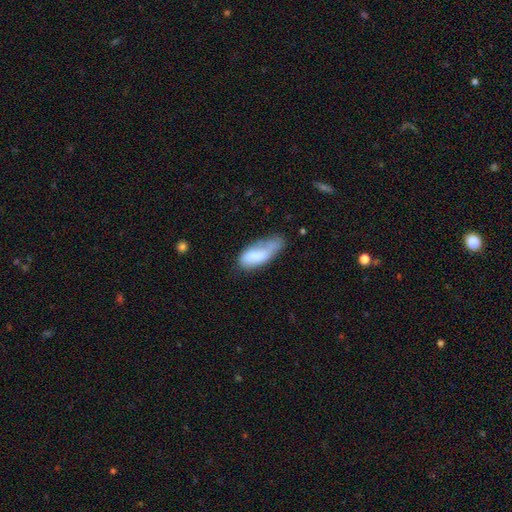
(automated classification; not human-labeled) Smooth or featured?
  - smooth: 71% *
  - featured or disk: 22%
  - star or artifact: 7%
How rounded?
  - in between: 80% *
  - cigar-shaped: 17%
  - round: 2%
Merging?
  - minor disturbance: 36% *
  - none: 28%
  - major disturbance: 27%
  - merger: 9%